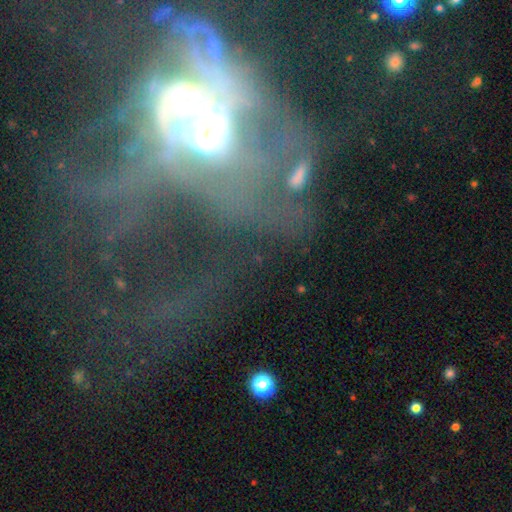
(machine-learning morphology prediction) This appears to be a featured or disk galaxy (63%) with no bar (81%), no spiral arms (68%) and a moderate central bulge (60%). Merging: merger (56%).